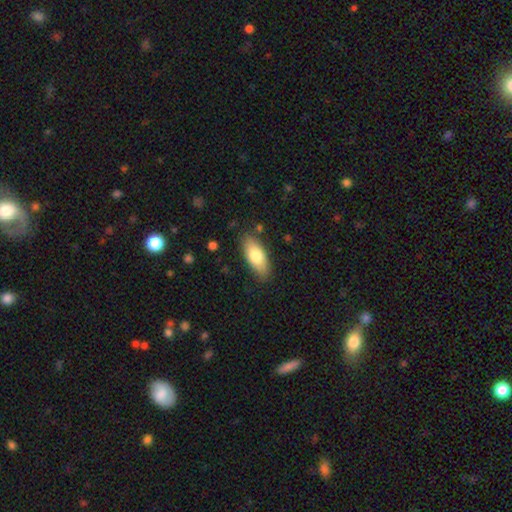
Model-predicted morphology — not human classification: A smooth galaxy with no disk features (77%) that is in between round and cigar-shaped (81%). Merging: none (84%).